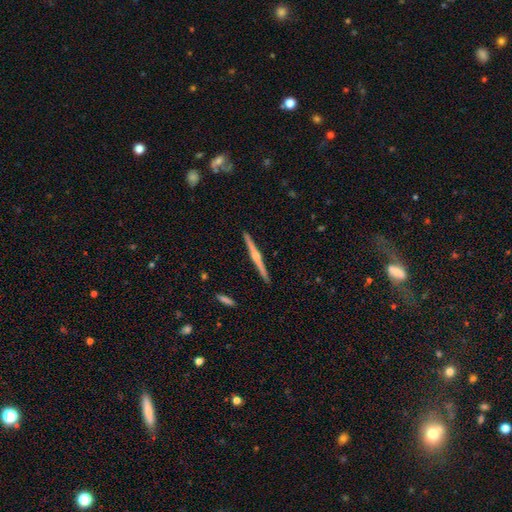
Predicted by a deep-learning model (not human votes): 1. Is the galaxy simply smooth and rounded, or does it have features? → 74% featured or disk, 18% smooth, 8% star or artifact.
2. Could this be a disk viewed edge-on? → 97% yes, 3% no.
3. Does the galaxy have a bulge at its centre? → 82% rounded, 12% none, 6% boxy.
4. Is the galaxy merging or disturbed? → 88% none, 8% minor disturbance, 2% major disturbance, 2% merger.